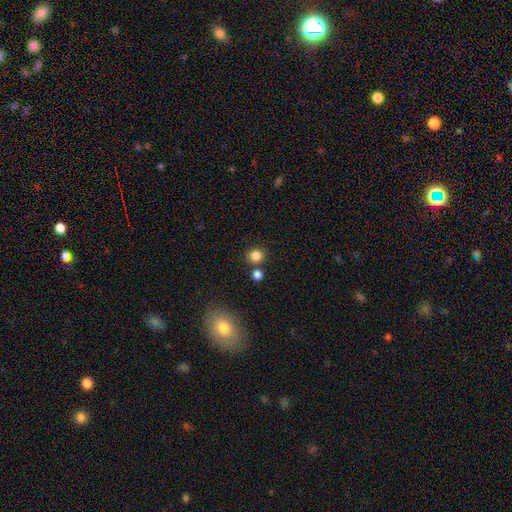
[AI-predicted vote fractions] The model was most divided on "merging": none: 77%, merger: 13%, minor disturbance: 8%, major disturbance: 3%. More confident: how rounded — round (86%); smooth or featured — smooth (83%).